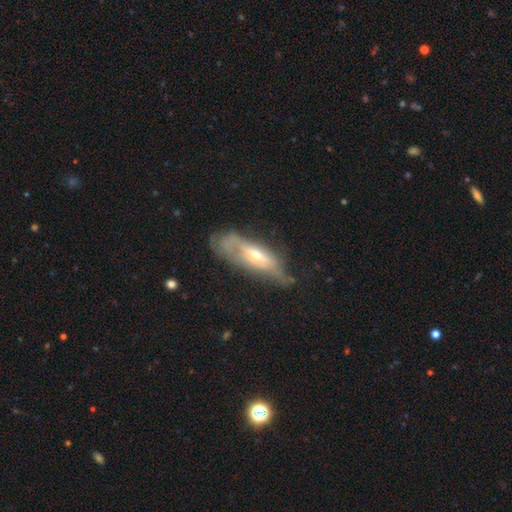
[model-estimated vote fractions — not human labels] Q: Smooth or featured?
A: featured or disk (57%); runner-up: smooth (36%)
Q: Edge-on disk?
A: no (58%); runner-up: yes (42%)
Q: Merging?
A: none (38%); runner-up: minor disturbance (31%)